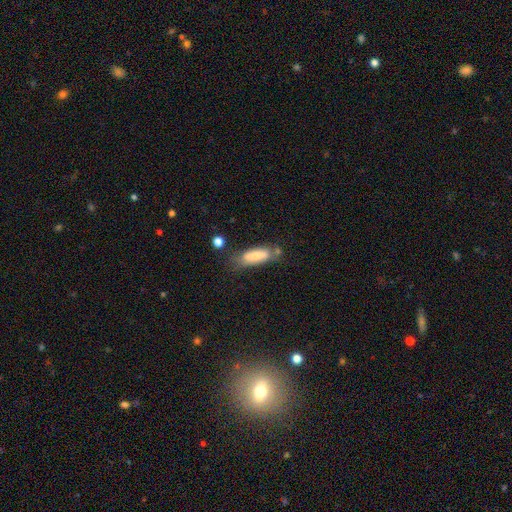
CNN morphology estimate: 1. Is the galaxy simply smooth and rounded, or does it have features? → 73% smooth, 20% featured or disk, 7% star or artifact.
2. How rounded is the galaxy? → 61% in between, 37% cigar-shaped, 2% round.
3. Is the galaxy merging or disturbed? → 50% none, 27% minor disturbance, 13% merger, 10% major disturbance.